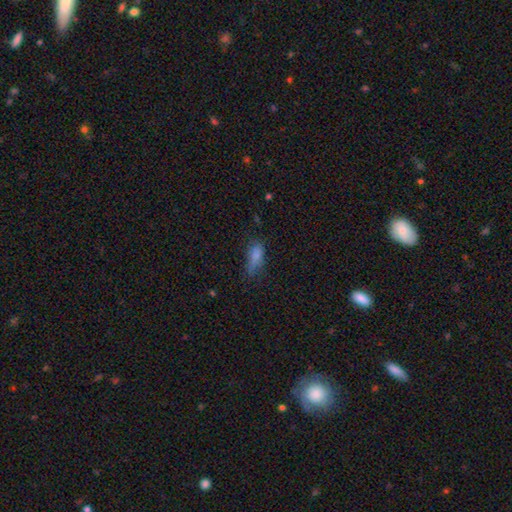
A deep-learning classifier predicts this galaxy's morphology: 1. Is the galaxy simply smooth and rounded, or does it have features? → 75% smooth, 13% featured or disk, 12% star or artifact.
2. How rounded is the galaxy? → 75% in between, 21% cigar-shaped, 4% round.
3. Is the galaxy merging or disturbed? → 38% none, 35% minor disturbance, 23% major disturbance, 4% merger.